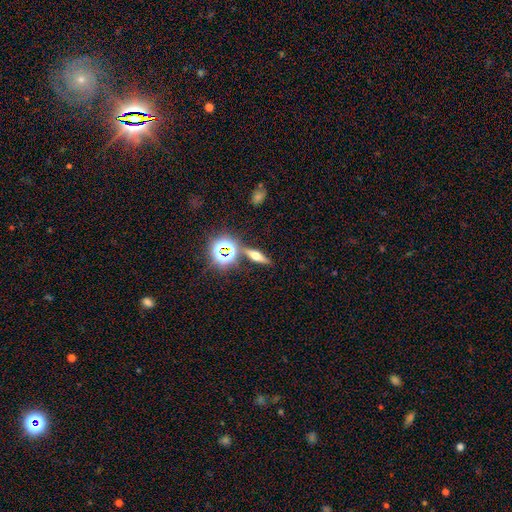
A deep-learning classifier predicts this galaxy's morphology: The model was most divided on "smooth or featured": featured or disk: 44%, smooth: 33%, star or artifact: 22%. More confident: merging — none (83%).